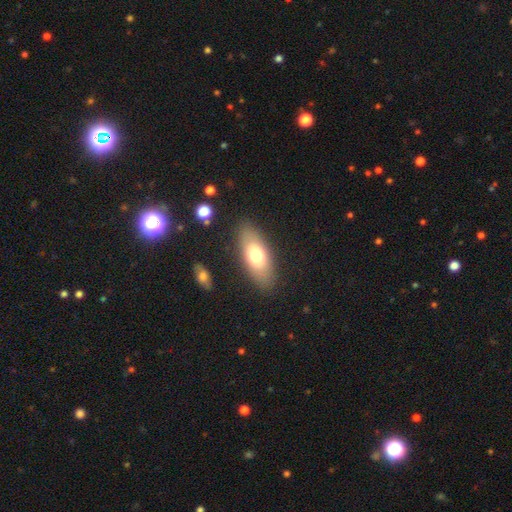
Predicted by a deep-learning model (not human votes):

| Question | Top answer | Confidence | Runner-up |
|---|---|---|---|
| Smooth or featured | smooth | 67% | featured or disk (26%) |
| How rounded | in between | 83% | cigar-shaped (14%) |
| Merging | none | 85% | minor disturbance (10%) |